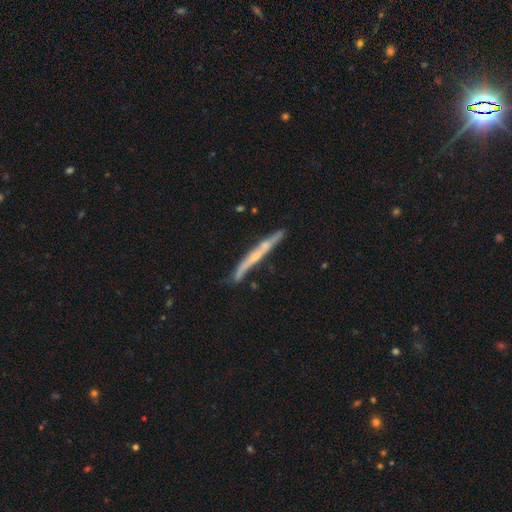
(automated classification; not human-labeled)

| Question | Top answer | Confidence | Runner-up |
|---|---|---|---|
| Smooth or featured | featured or disk | 70% | smooth (24%) |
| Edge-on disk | yes | 94% | no (6%) |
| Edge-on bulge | none | 51% | rounded (43%) |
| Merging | none | 77% | minor disturbance (17%) |